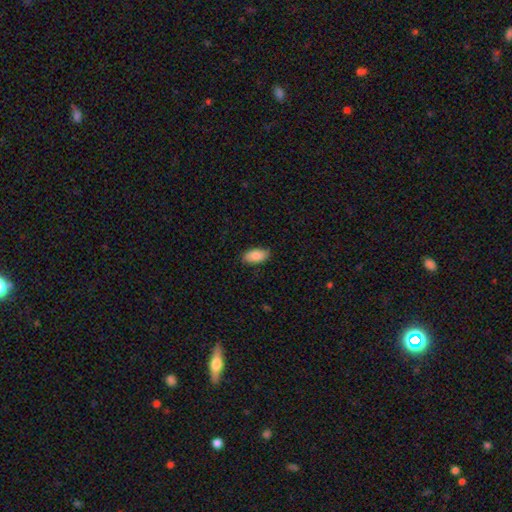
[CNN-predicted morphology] A smooth galaxy with no disk features (87%) that is in between round and cigar-shaped (94%).

Vote fractions:
- Smooth or featured? smooth: 87% / featured or disk: 7% / star or artifact: 6%
- How rounded? in between: 94% / cigar-shaped: 4% / round: 2%
- Merging? none: 85% / minor disturbance: 12% / major disturbance: 2% / merger: 1%